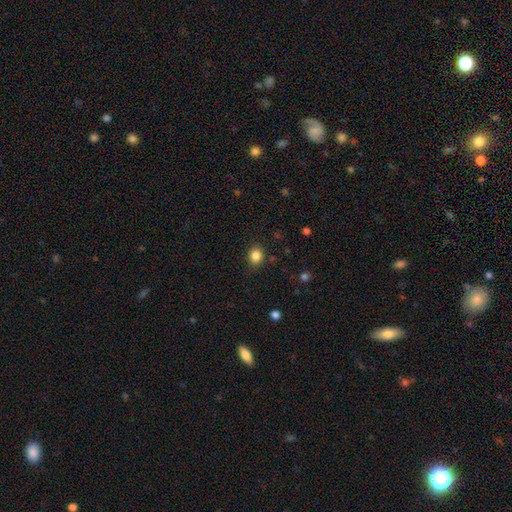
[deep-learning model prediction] A smooth galaxy with no disk features (85%) that is round (62%).

Vote fractions:
- Smooth or featured? smooth: 85% / star or artifact: 11% / featured or disk: 4%
- How rounded? round: 62% / in between: 38% / cigar-shaped: 1%
- Merging? none: 87% / minor disturbance: 9% / major disturbance: 3% / merger: 1%